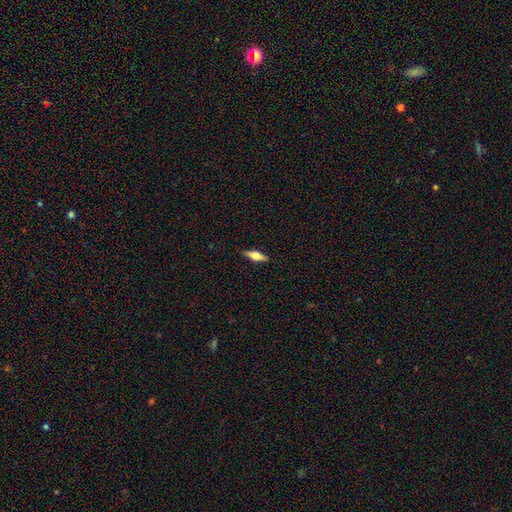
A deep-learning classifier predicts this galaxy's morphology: Overall: featured or disk (48%; smooth 45%). Merging: none (89%).